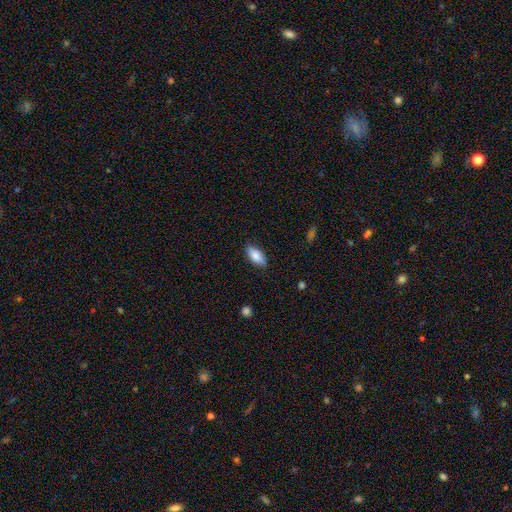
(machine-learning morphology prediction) A smooth galaxy with no disk features (84%) that is in between round and cigar-shaped (88%). Merging: none (84%).